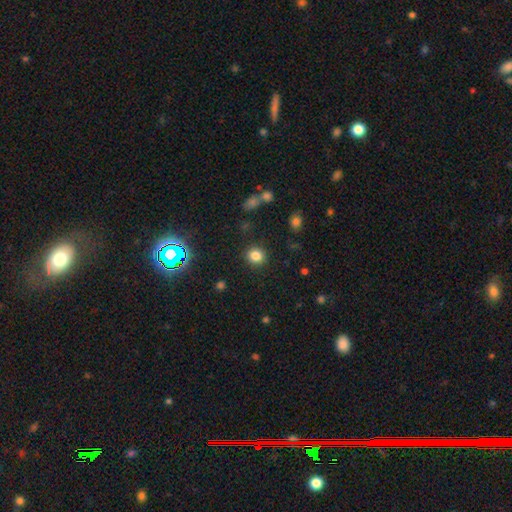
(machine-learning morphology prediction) A smooth galaxy with no disk features (81%) that is round (86%).

Vote fractions:
- Smooth or featured? smooth: 81% / star or artifact: 14% / featured or disk: 6%
- How rounded? round: 86% / in between: 13% / cigar-shaped: 1%
- Merging? none: 89% / minor disturbance: 7% / major disturbance: 3% / merger: 2%